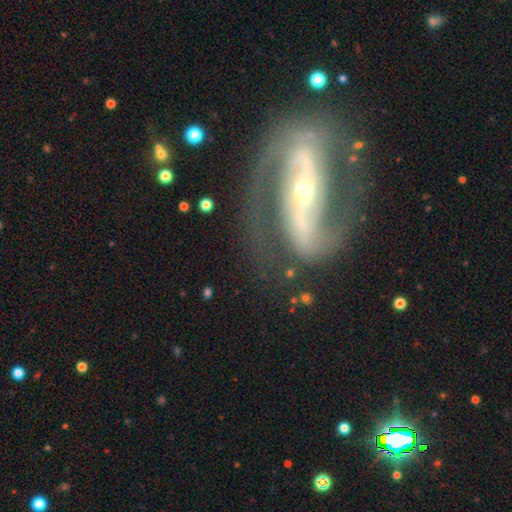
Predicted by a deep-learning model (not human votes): Smooth or featured? featured or disk (88%)
Edge-on disk? no (94%)
Bar? strong (60%)
Spiral arms? yes (94%)
Spiral winding? medium (50%)
Spiral arm count? 2 (91%)
Bulge size? small (62%)
Merging? none (72%)